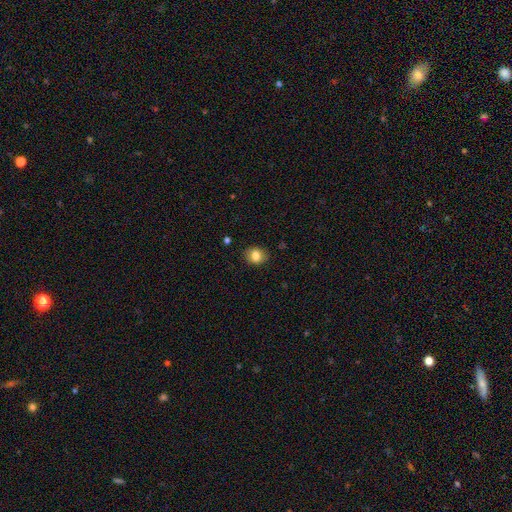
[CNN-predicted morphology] Smooth or featured: smooth — 81% (star or artifact — 10%)
How rounded: round — 67% (in between — 32%)
Merging: none — 87% (minor disturbance — 10%)